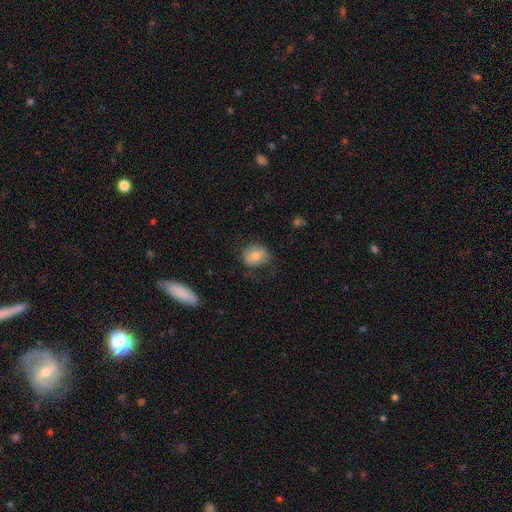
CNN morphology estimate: Q: Smooth or featured?
A: smooth (71%); runner-up: featured or disk (21%)
Q: How rounded?
A: round (67%); runner-up: in between (32%)
Q: Merging?
A: none (63%); runner-up: minor disturbance (23%)